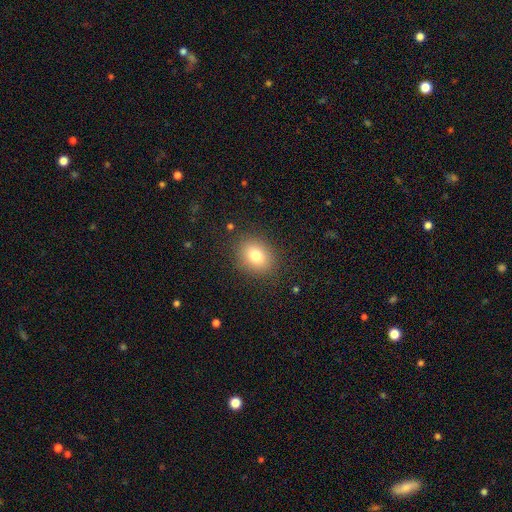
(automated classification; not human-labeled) This appears to be a smooth galaxy with no disk features (80%) that is in between round and cigar-shaped (55%). Merging: none (86%).